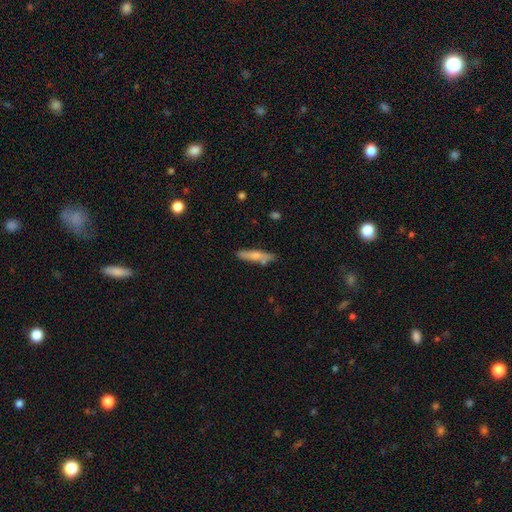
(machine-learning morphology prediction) This appears to be a smooth galaxy with no disk features (62%) that is cigar-shaped (81%). Merging: none (72%).